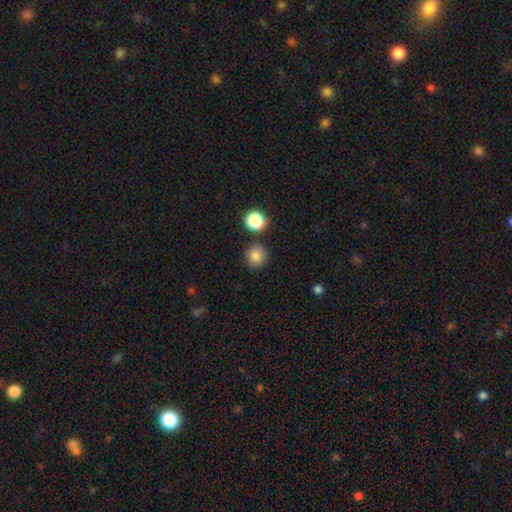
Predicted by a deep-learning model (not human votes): A smooth galaxy with no disk features (84%) that is round (92%).

Vote fractions:
- Smooth or featured? smooth: 84% / star or artifact: 11% / featured or disk: 4%
- How rounded? round: 92% / in between: 7% / cigar-shaped: 1%
- Merging? none: 84% / minor disturbance: 8% / merger: 5% / major disturbance: 3%